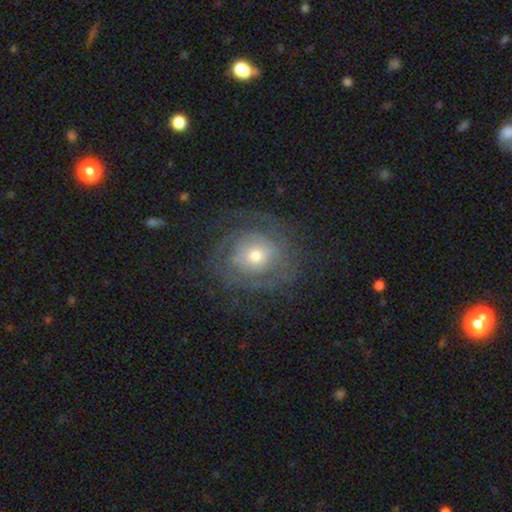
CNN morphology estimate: featured or disk 67%, smooth 24%, star or artifact 9%. Down the decision tree: edge-on disk — no (97%); bar — no (78%); spiral arms — yes (77%); spiral arm count — can't tell (47%); spiral winding — tight (65%); bulge size — moderate (56%); merging — none (71%).